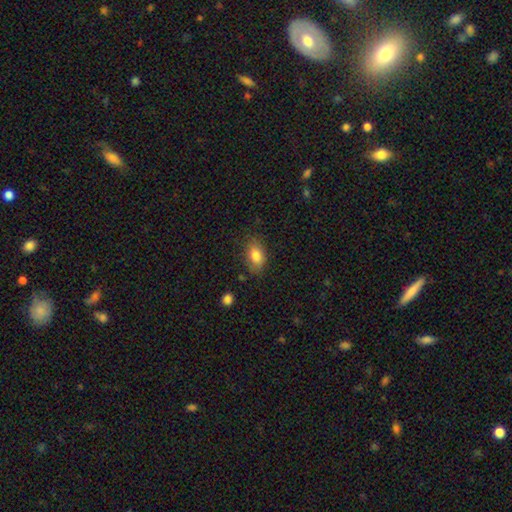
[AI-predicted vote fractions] Smooth or featured: smooth — 82% (featured or disk — 10%)
How rounded: in between — 87% (round — 10%)
Merging: none — 79% (minor disturbance — 15%)